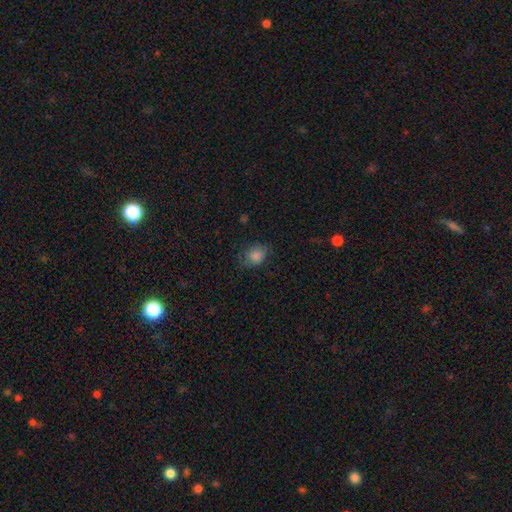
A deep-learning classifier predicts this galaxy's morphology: smooth 82%, star or artifact 10%, featured or disk 8%. Down the decision tree: how rounded — in between (53%); merging — none (68%).